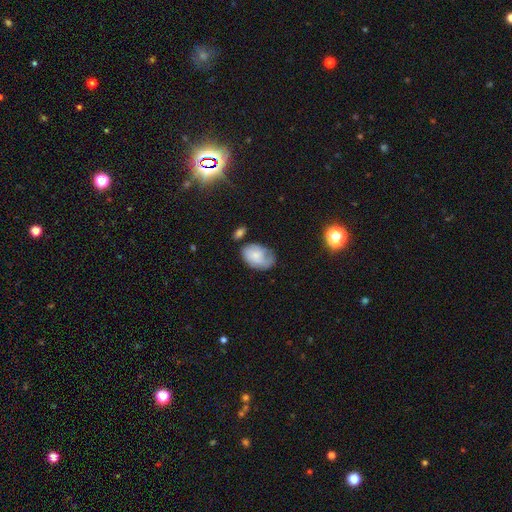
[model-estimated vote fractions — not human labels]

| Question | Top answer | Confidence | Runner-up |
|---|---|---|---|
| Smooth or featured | smooth | 62% | featured or disk (30%) |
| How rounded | in between | 84% | round (14%) |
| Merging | none | 45% | minor disturbance (33%) |